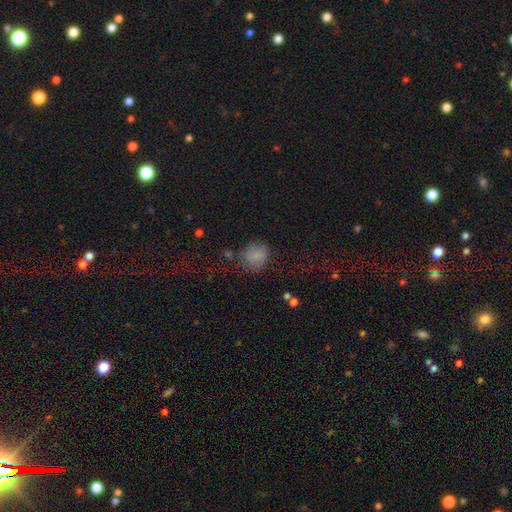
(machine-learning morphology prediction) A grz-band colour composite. It shows a smooth galaxy with no disk features (78%) that is round (74%). Merging: none (67%).